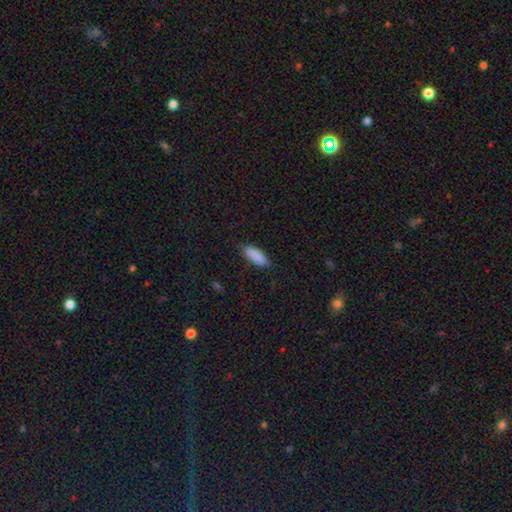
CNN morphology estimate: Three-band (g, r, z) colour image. It shows a smooth galaxy with no disk features (90%) that is in between round and cigar-shaped (68%). Merging: none (86%).